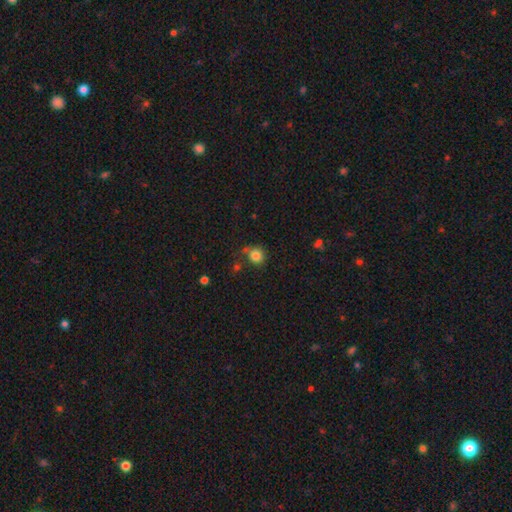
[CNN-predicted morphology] Q: Smooth or featured?
A: smooth (82%); runner-up: star or artifact (11%)
Q: How rounded?
A: round (87%); runner-up: in between (12%)
Q: Merging?
A: none (66%); runner-up: minor disturbance (17%)